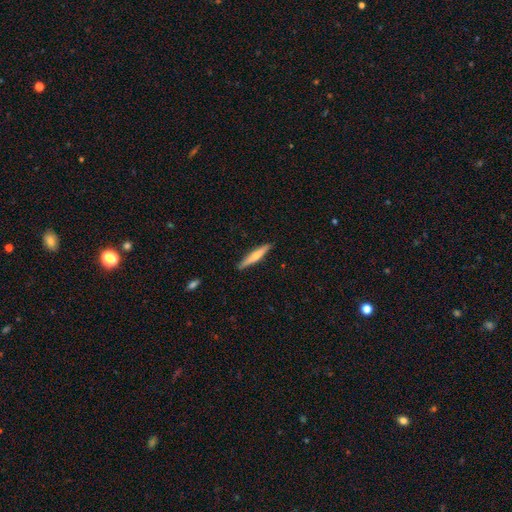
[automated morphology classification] Smooth or featured? Predicted: smooth (p=0.55). How rounded? Predicted: cigar-shaped (p=0.92). Merging? Predicted: none (p=0.89).